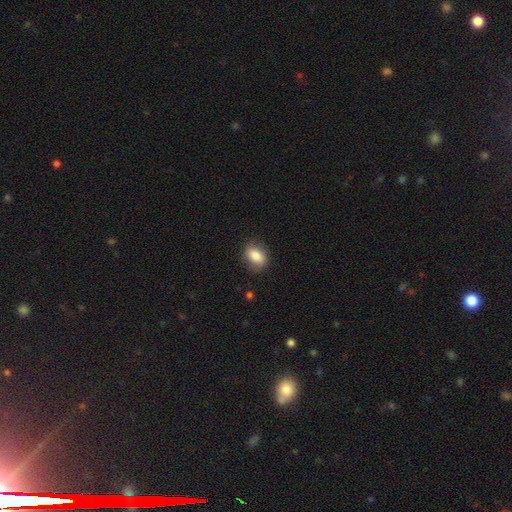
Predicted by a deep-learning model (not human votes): A smooth galaxy with no disk features (81%) that is in between round and cigar-shaped (73%).

Vote fractions:
- Smooth or featured? smooth: 81% / featured or disk: 11% / star or artifact: 8%
- How rounded? in between: 73% / round: 25% / cigar-shaped: 2%
- Merging? none: 83% / minor disturbance: 13% / major disturbance: 3% / merger: 1%